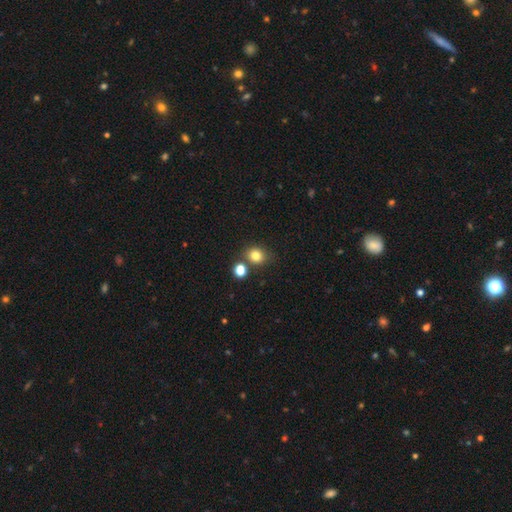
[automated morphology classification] Overall: smooth (80%). How rounded: round (70%). Merging: none (72%).